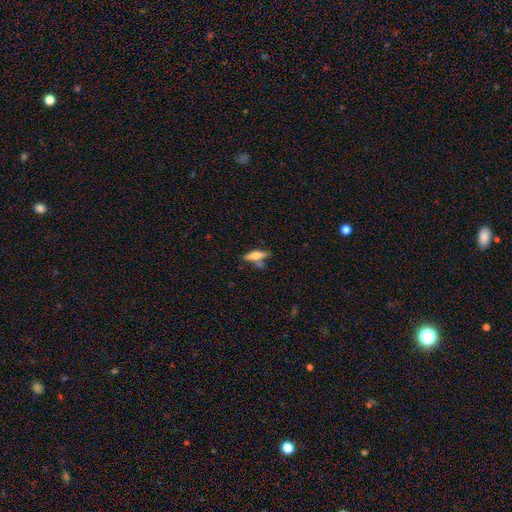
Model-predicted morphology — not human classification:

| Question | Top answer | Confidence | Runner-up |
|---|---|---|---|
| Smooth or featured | smooth | 60% | featured or disk (32%) |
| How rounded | cigar-shaped | 62% | in between (36%) |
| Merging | none | 64% | merger (16%) |